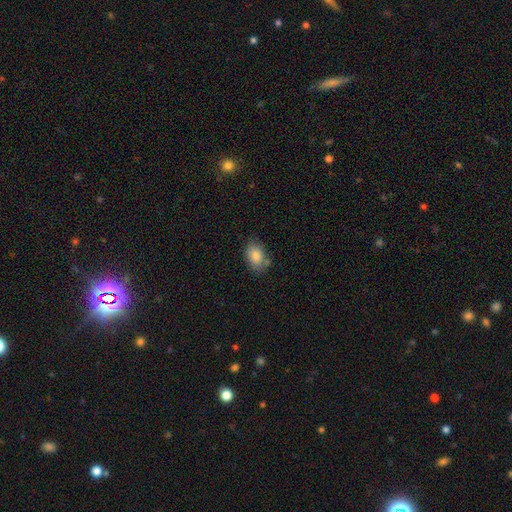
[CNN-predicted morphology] Smooth or featured? smooth (84%)
How rounded? in between (86%)
Merging? none (72%)